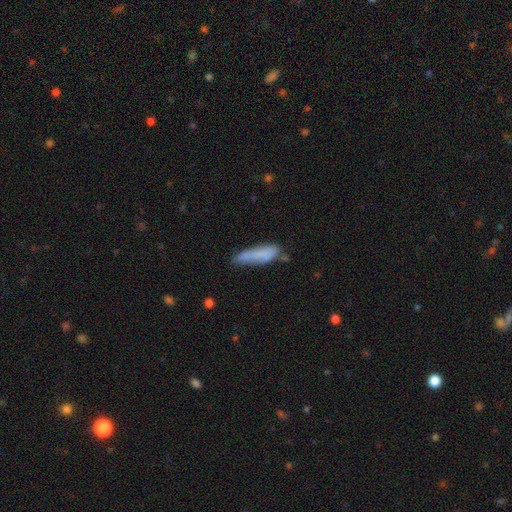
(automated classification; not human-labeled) Overall: smooth (75%). How rounded: cigar-shaped (76%). Merging: none (58%; minor disturbance 28%).